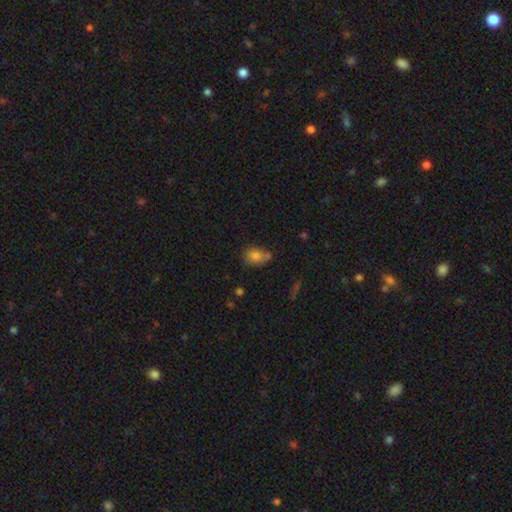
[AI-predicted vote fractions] This appears to be a smooth galaxy with no disk features (78%) that is in between round and cigar-shaped (62%). Merging: none (54%).